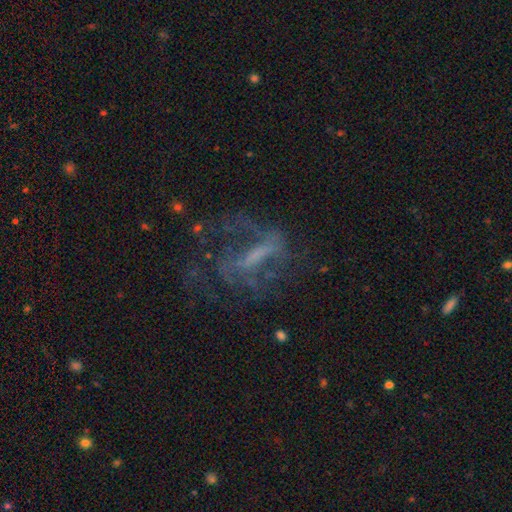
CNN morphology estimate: Smooth or featured? featured or disk (71%)
Edge-on disk? no (88%)
Bar? strong (47%)
Spiral arms? yes (70%)
Bulge size? none (41%)
Merging? none (48%)